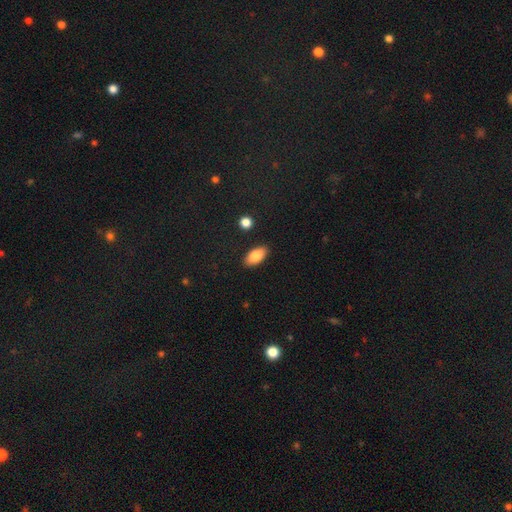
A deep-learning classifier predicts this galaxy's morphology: Smooth or featured? Predicted: smooth (p=0.82). How rounded? Predicted: in between (p=0.90). Merging? Predicted: none (p=0.88).